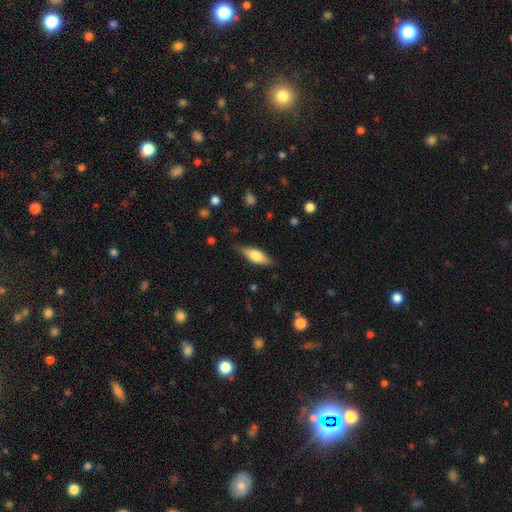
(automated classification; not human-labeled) smooth-or-featured: smooth: 64% | featured or disk: 30% | star or artifact: 6%
  how-rounded: in between: 65% | cigar-shaped: 32% | round: 2%
  merging: none: 79% | minor disturbance: 16% | major disturbance: 3% | merger: 1%